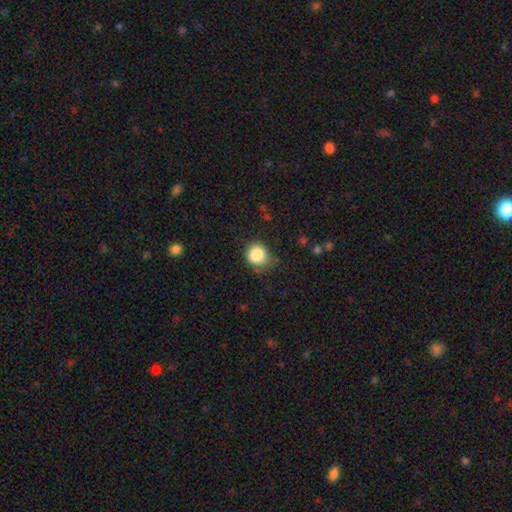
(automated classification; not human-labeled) This is clearly a smooth galaxy (85%). How rounded: likely round (75%). Merging: possibly none (51%).